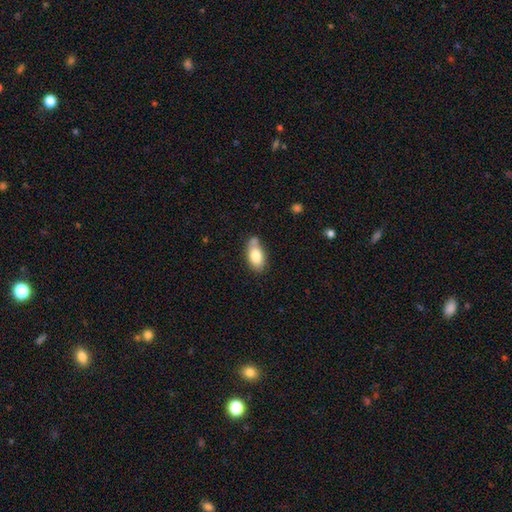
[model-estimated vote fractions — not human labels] Q: Smooth or featured?
A: smooth (79%); runner-up: featured or disk (13%)
Q: How rounded?
A: in between (91%); runner-up: round (5%)
Q: Merging?
A: none (57%); runner-up: minor disturbance (24%)